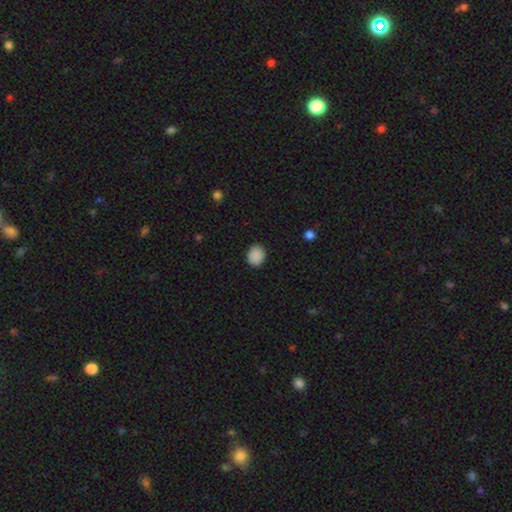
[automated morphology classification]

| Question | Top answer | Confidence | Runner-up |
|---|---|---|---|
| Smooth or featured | smooth | 89% | star or artifact (8%) |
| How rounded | round | 63% | in between (36%) |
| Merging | none | 89% | minor disturbance (8%) |